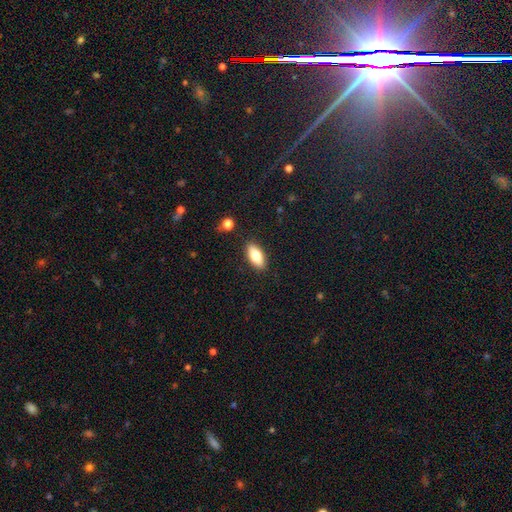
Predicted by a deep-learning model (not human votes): This is likely a smooth galaxy (76%). How rounded: clearly in between (85%). Merging: clearly none (88%).